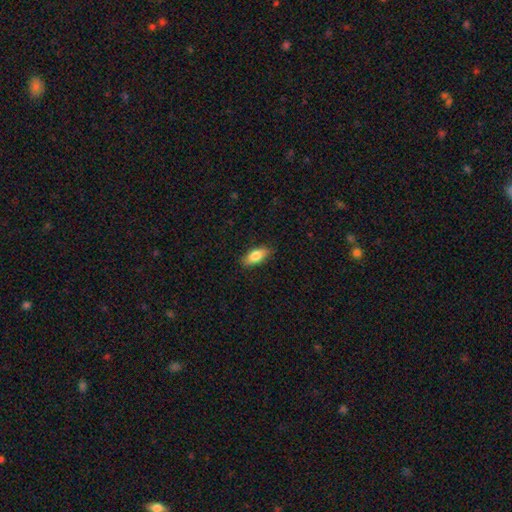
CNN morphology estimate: This is clearly a smooth galaxy (81%). How rounded: clearly in between (83%). Merging: clearly none (86%).